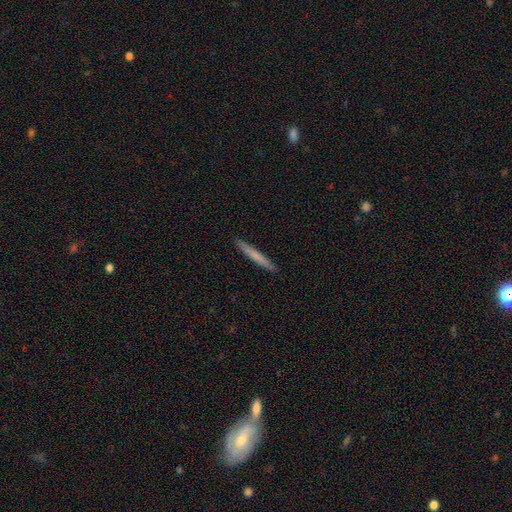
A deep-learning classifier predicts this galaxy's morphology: Smooth or featured: smooth — 68% (featured or disk — 27%)
How rounded: cigar-shaped — 97% (in between — 2%)
Merging: none — 92% (minor disturbance — 5%)